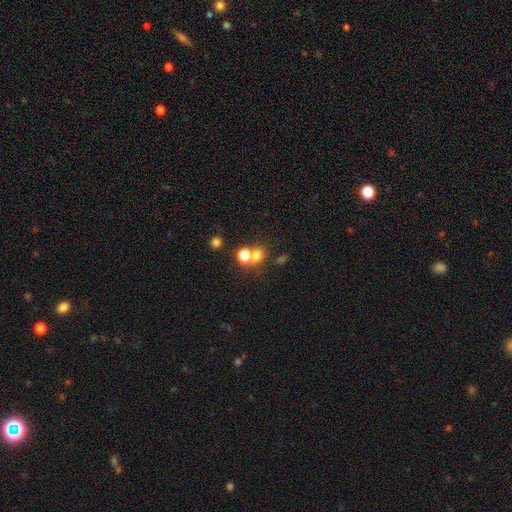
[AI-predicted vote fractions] The model was most divided on "merging": none: 50%, merger: 37%, minor disturbance: 8%, major disturbance: 4%. More confident: smooth or featured — smooth (69%); how rounded — round (64%).